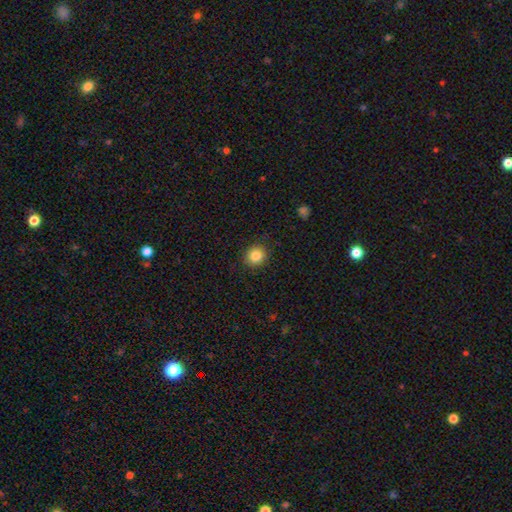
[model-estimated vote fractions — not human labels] Smooth or featured? smooth (85%)
How rounded? round (84%)
Merging? none (89%)